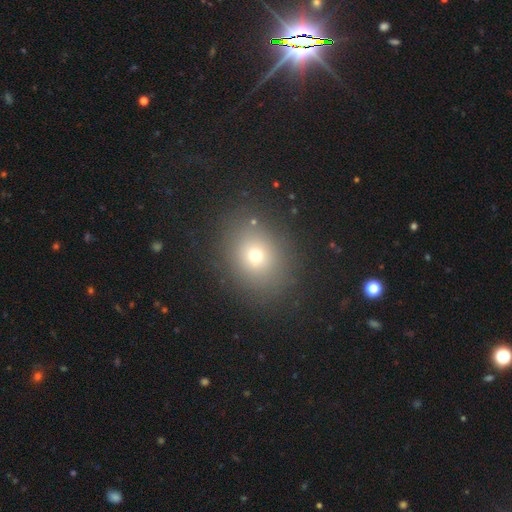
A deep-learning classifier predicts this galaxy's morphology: This appears to be a smooth galaxy with no disk features (68%) that is round (60%). Merging: none (85%).